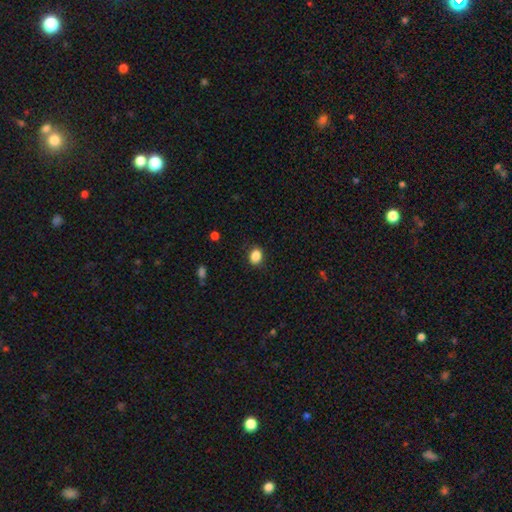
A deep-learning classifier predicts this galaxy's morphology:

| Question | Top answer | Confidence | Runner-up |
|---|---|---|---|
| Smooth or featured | smooth | 87% | star or artifact (9%) |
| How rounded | in between | 57% | round (42%) |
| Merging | none | 87% | minor disturbance (10%) |